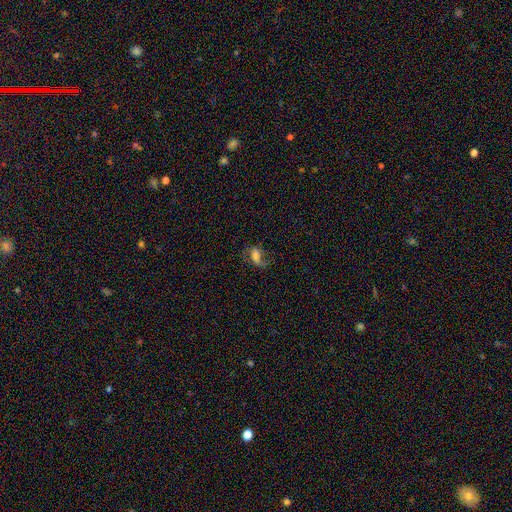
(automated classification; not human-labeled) Smooth or featured: featured or disk — 56% (smooth — 32%)
Edge-on disk: no — 94% (yes — 6%)
Bar: weak — 41% (no — 31%)
Spiral arms: yes — 85% (no — 15%)
Bulge size: moderate — 39% (small — 24%)
Merging: none — 52% (major disturbance — 26%)